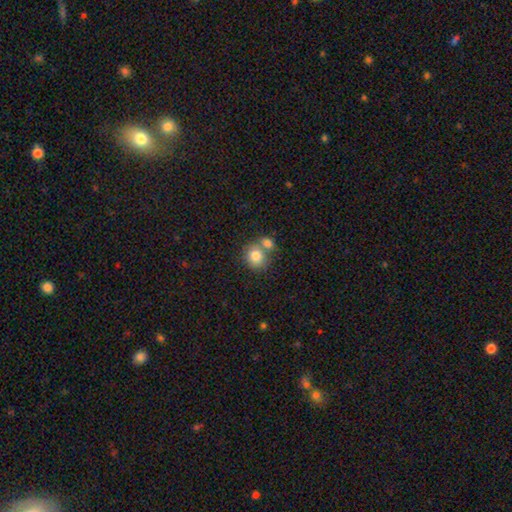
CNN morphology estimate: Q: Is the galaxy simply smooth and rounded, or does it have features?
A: smooth — 82%.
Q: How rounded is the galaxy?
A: round — 75%.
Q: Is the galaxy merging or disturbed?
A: merger — 44%.